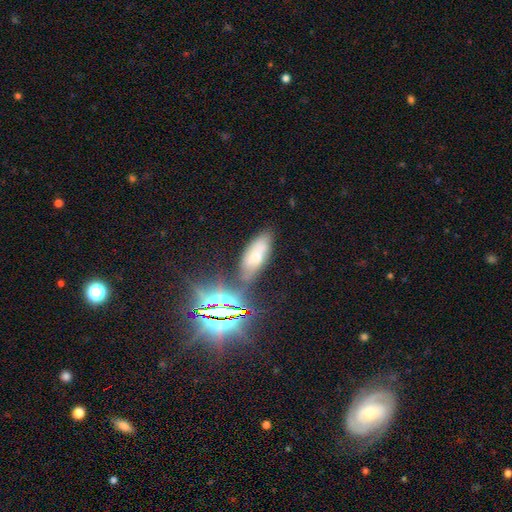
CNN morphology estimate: Smooth or featured? smooth (50%)
Merging? none (66%)